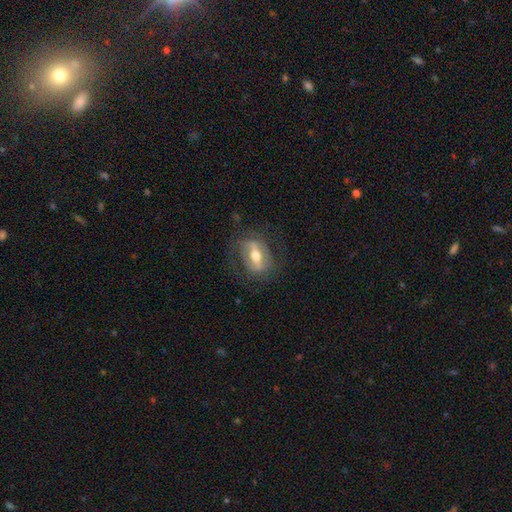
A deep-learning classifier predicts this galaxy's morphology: Q: Smooth or featured?
A: featured or disk (69%); runner-up: smooth (24%)
Q: Edge-on disk?
A: no (80%); runner-up: yes (20%)
Q: Bar?
A: strong (61%); runner-up: weak (26%)
Q: Spiral arms?
A: yes (52%); runner-up: no (48%)
Q: Bulge size?
A: moderate (71%); runner-up: small (14%)
Q: Merging?
A: none (71%); runner-up: minor disturbance (17%)